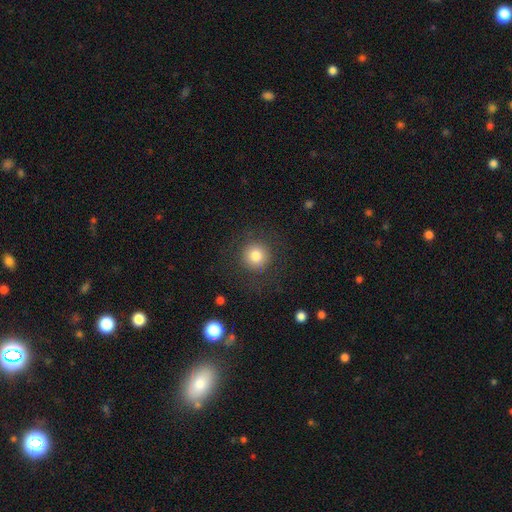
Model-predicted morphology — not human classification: Smooth or featured? Predicted: smooth (p=0.81). How rounded? Predicted: round (p=0.95). Merging? Predicted: none (p=0.84).